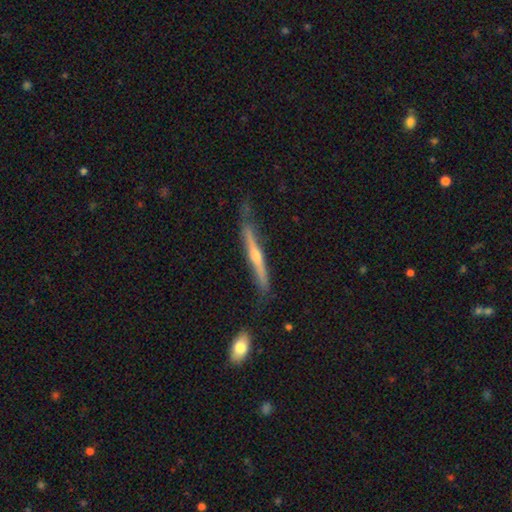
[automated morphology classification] Overall: featured or disk (72%). Edge-on disk: yes (96%). Edge-on bulge: rounded (84%). Merging: none (68%).